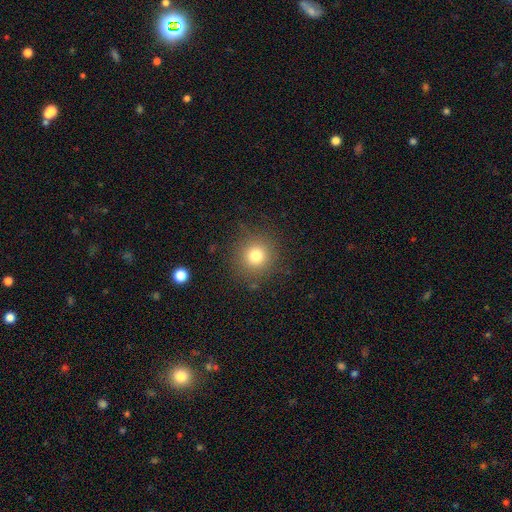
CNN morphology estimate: A smooth galaxy with no disk features (78%) that is round (94%). Merging: none (87%).